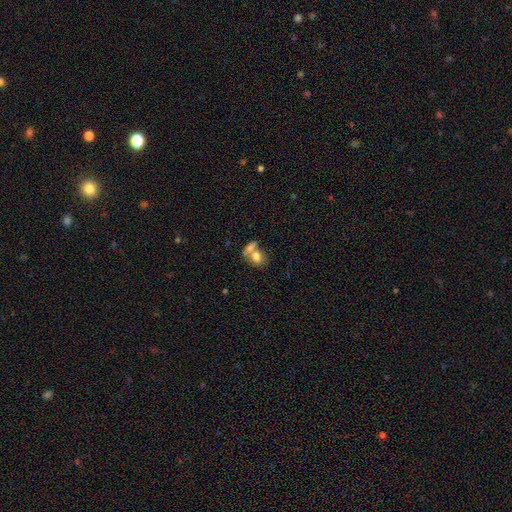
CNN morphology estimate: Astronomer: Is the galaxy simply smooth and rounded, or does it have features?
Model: smooth — 75%.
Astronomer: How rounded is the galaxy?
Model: in between — 54% (runner-up: round, 43%).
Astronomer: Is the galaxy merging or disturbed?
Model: merger — 56%.